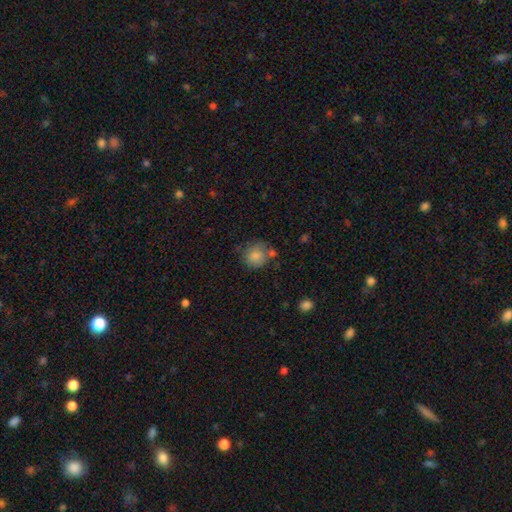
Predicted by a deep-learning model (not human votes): smooth_or_featured: smooth (p=0.80) [alt: featured or disk p=0.11]
how_rounded: round (p=0.82) [alt: in between p=0.17]
merging: none (p=0.57) [alt: minor disturbance p=0.22]